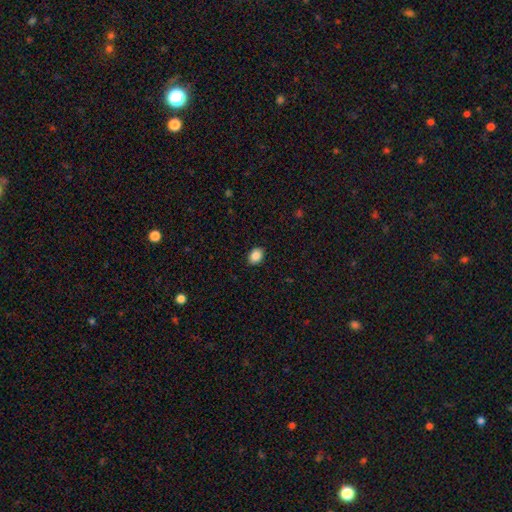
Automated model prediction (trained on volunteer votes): Smooth or featured?
  - smooth: 88% *
  - star or artifact: 8%
  - featured or disk: 4%
How rounded?
  - in between: 68% *
  - round: 31%
  - cigar-shaped: 1%
Merging?
  - none: 90% *
  - minor disturbance: 7%
  - major disturbance: 2%
  - merger: 1%